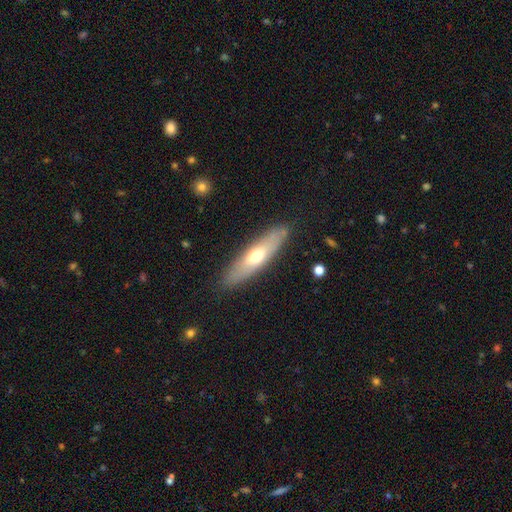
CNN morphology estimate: Q: Smooth or featured?
A: smooth (53%); runner-up: featured or disk (41%)
Q: How rounded?
A: cigar-shaped (66%); runner-up: in between (33%)
Q: Merging?
A: none (86%); runner-up: minor disturbance (10%)